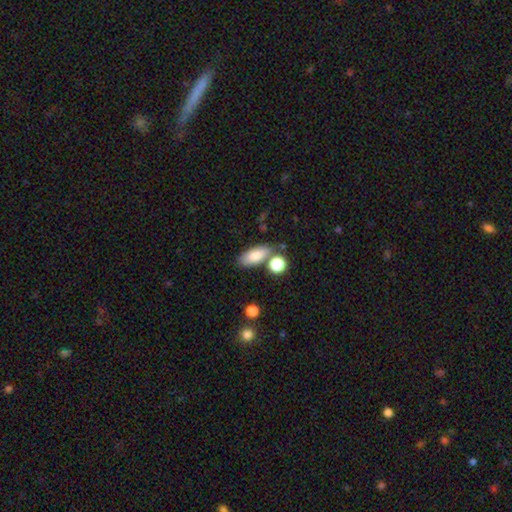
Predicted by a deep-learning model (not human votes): Smooth or featured?
  - smooth: 83% *
  - featured or disk: 10%
  - star or artifact: 8%
How rounded?
  - in between: 81% *
  - cigar-shaped: 14%
  - round: 5%
Merging?
  - none: 68% *
  - merger: 14%
  - minor disturbance: 13%
  - major disturbance: 4%